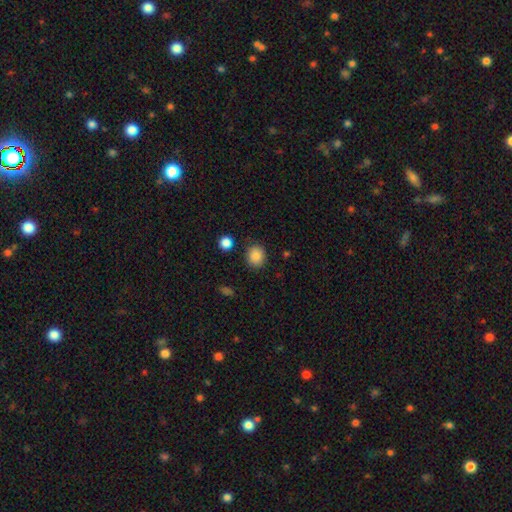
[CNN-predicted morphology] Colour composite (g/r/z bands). It shows a smooth galaxy with no disk features (87%) that is round (75%). Merging: none (86%).